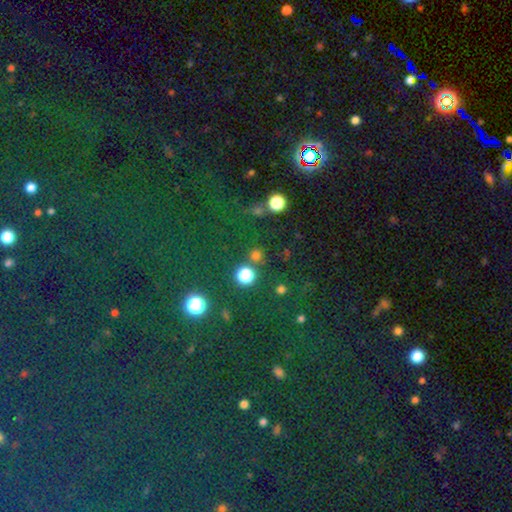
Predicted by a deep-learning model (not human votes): Smooth or featured? Predicted: smooth (p=0.63). How rounded? Predicted: round (p=0.92). Merging? Predicted: none (p=0.78).